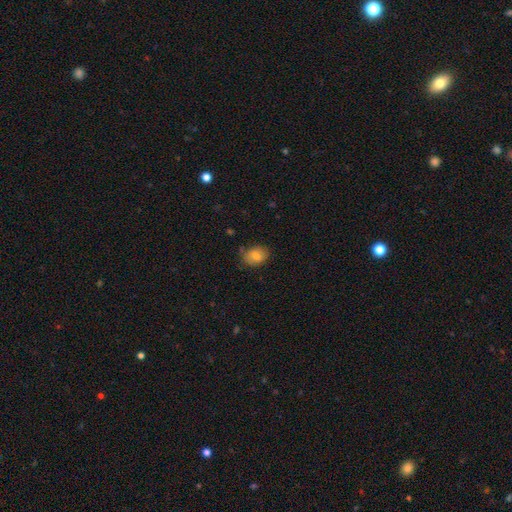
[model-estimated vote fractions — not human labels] smooth 77%, featured or disk 15%, star or artifact 8%. Down the decision tree: how rounded — in between (72%); merging — none (74%).